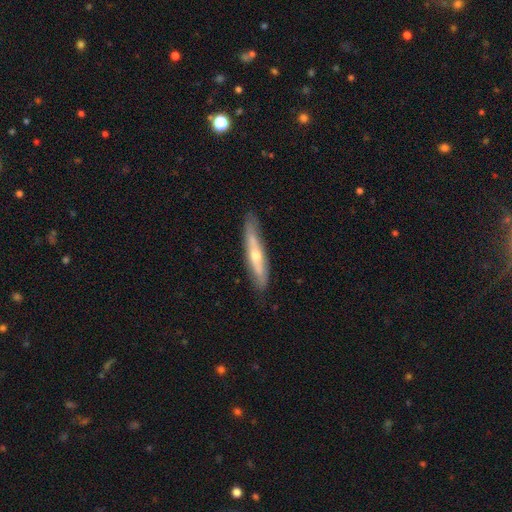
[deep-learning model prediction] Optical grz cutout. It shows a featured or disk galaxy (61%) viewed edge-on (73%). Merging: none (80%).